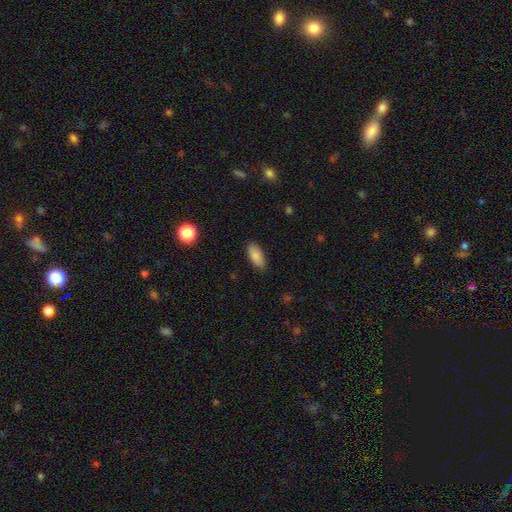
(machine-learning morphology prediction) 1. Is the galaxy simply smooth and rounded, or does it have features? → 85% smooth, 8% featured or disk, 7% star or artifact.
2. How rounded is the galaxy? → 87% in between, 11% cigar-shaped, 3% round.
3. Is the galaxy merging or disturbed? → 82% none, 15% minor disturbance, 2% major disturbance, 1% merger.